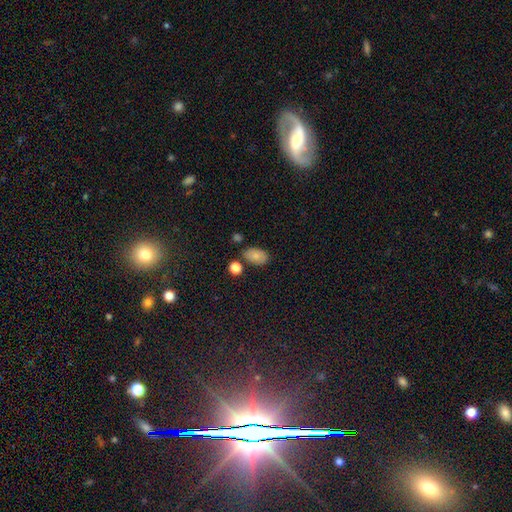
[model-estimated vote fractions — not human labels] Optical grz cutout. It shows a smooth galaxy with no disk features (82%) that is in between round and cigar-shaped (91%). Merging: none (74%).